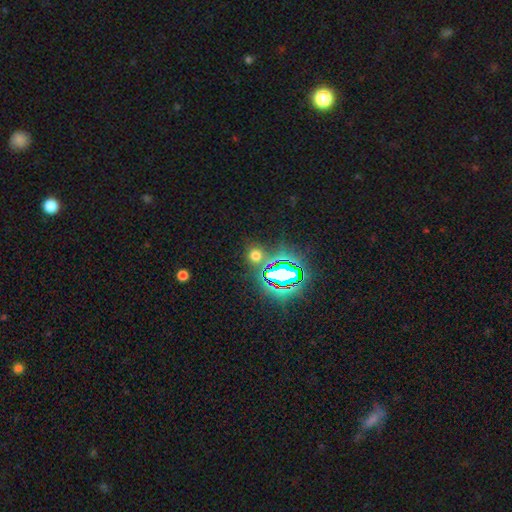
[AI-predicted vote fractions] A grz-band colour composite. It shows a smooth galaxy with no disk features (50%). Merging: none (79%).